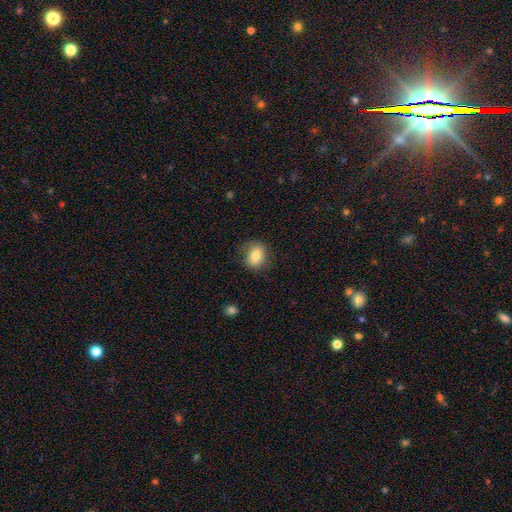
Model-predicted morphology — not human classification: Overall: smooth (80%). How rounded: in between (56%; round 43%). Merging: none (78%).